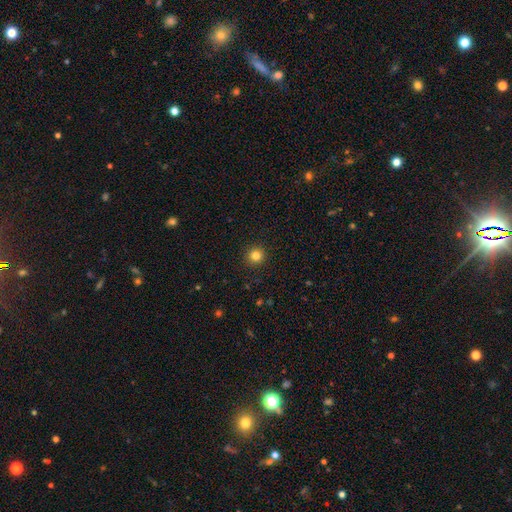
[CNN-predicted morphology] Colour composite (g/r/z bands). It shows a smooth galaxy with no disk features (82%) that is round (95%). Merging: none (93%).